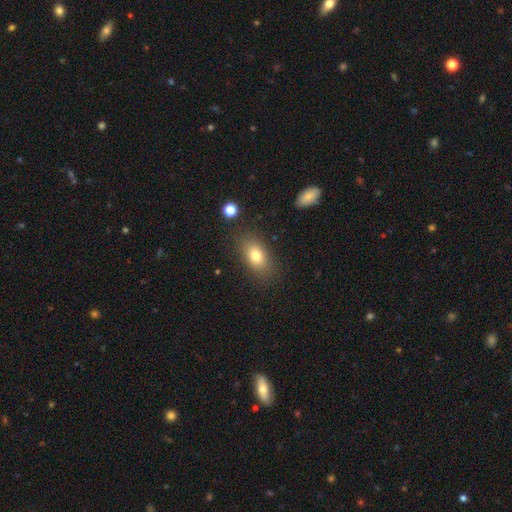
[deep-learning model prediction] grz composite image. It shows a smooth galaxy with no disk features (76%) that is in between round and cigar-shaped (84%). Merging: none (82%).